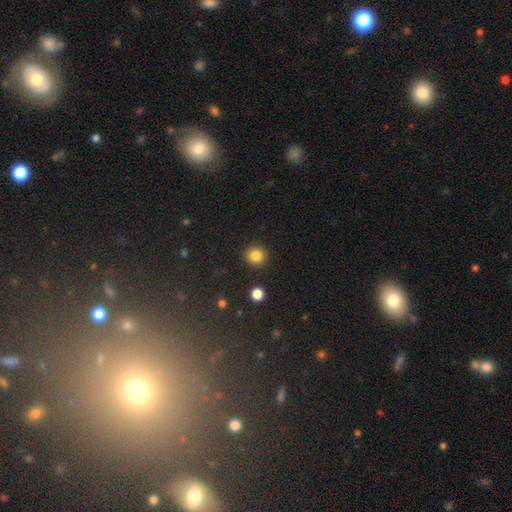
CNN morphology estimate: Smooth or featured: smooth — 84% (star or artifact — 11%)
How rounded: round — 90% (in between — 9%)
Merging: none — 91% (minor disturbance — 6%)